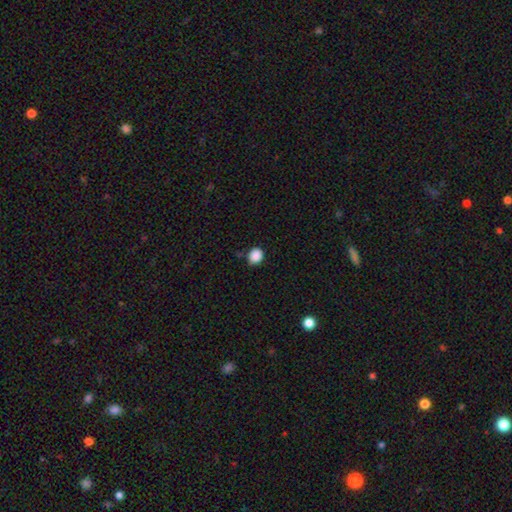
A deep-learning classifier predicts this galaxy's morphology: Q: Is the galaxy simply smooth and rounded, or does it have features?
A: smooth — 88%.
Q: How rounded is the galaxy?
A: round — 70%.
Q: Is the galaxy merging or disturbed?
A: none — 79%.